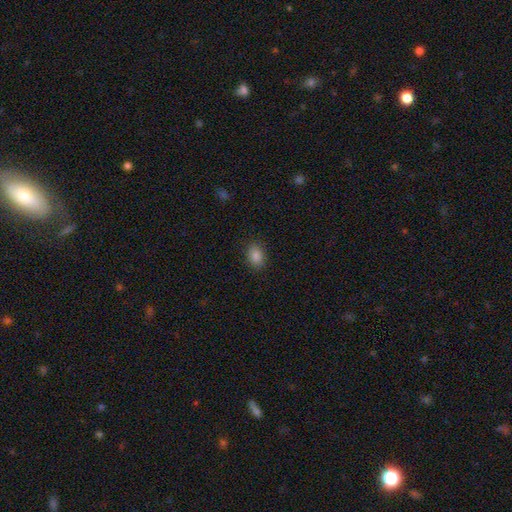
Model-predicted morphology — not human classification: Smooth or featured? Predicted: smooth (p=0.86). How rounded? Predicted: in between (p=0.71). Merging? Predicted: none (p=0.88).